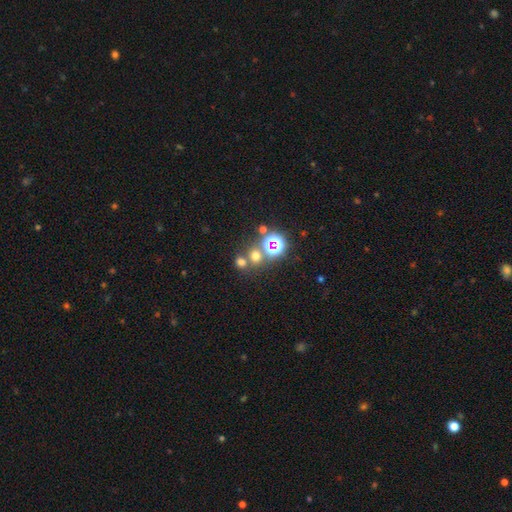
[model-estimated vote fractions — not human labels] Smooth or featured? smooth (58%)
How rounded? round (84%)
Merging? none (62%)